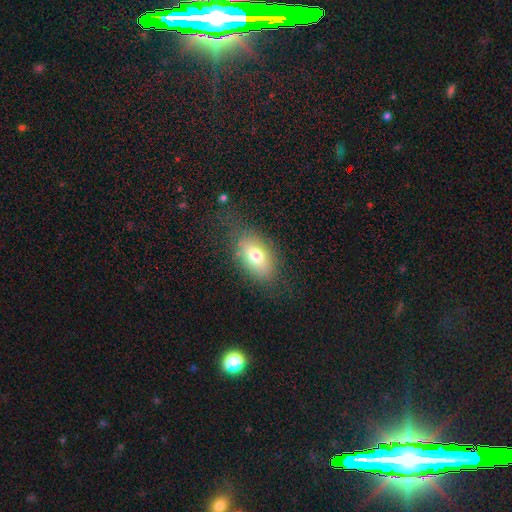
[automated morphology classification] Smooth or featured? Predicted: smooth (p=0.73). How rounded? Predicted: in between (p=0.87). Merging? Predicted: none (p=0.71).